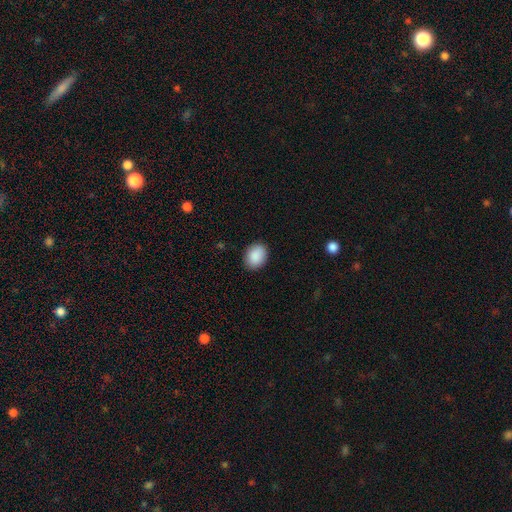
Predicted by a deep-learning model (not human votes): Smooth or featured? Predicted: smooth (p=0.90). How rounded? Predicted: in between (p=0.64). Merging? Predicted: none (p=0.89).